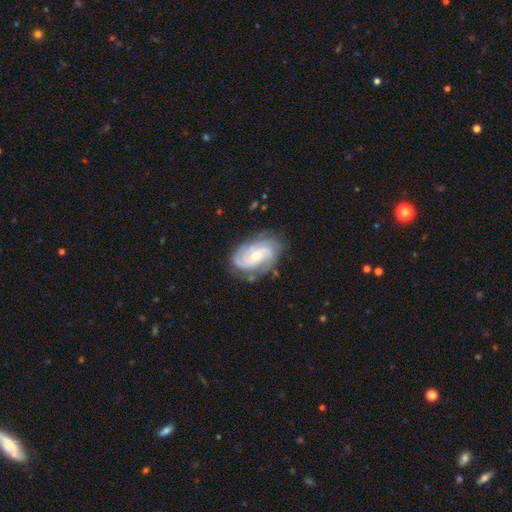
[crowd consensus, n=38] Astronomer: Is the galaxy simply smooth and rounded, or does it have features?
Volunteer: featured or disk — 95%.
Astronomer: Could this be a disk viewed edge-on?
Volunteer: no — 97%.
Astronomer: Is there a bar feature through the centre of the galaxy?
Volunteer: no — 46% (runner-up: weak, 37%).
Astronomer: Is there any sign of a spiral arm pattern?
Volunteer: yes — 100%.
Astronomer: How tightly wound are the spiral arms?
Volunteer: tight — 71%.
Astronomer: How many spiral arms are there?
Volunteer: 3 — 54%.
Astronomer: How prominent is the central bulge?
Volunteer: moderate — 60% (runner-up: small, 40%).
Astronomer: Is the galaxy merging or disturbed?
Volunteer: none — 66%.